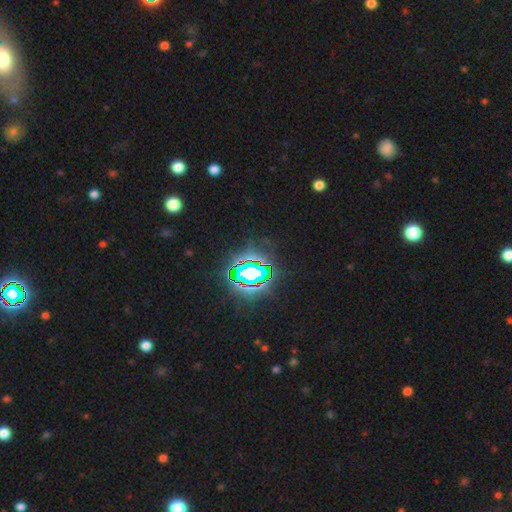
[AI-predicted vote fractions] smooth-or-featured: star or artifact: 82% | smooth: 11% | featured or disk: 7%